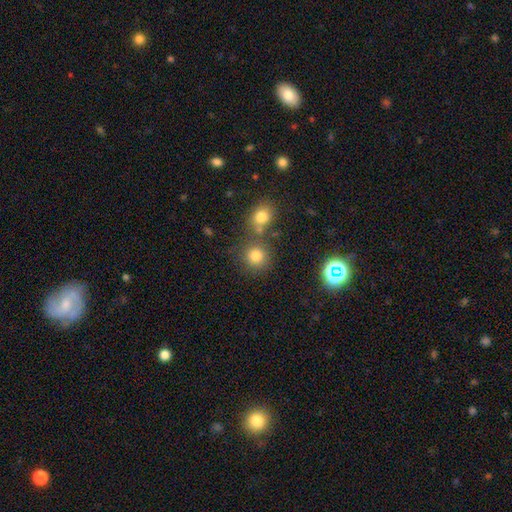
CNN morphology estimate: This appears to be a smooth galaxy with no disk features (78%) that is round (89%). Merging: none (68%).